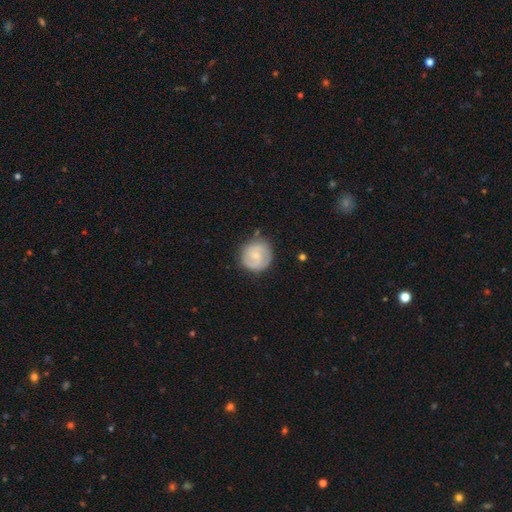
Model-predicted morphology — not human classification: smooth 64%, featured or disk 30%, star or artifact 6%. Down the decision tree: how rounded — round (92%); merging — none (71%).